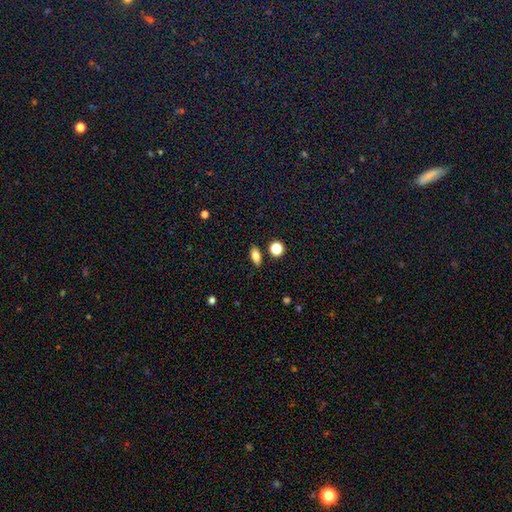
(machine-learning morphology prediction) A smooth galaxy with no disk features (81%) that is in between round and cigar-shaped (83%). Merging: none (85%).